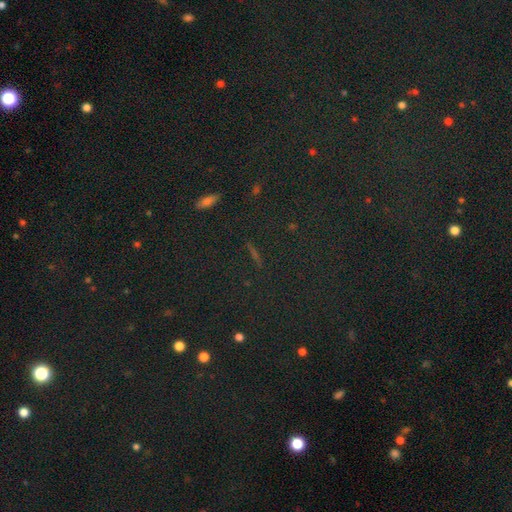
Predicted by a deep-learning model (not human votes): Smooth or featured: star or artifact — 65% (smooth — 21%)